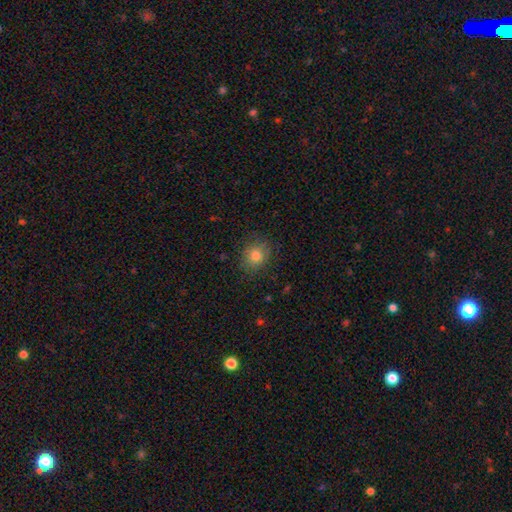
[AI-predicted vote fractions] Overall: smooth (80%). How rounded: round (71%). Merging: none (84%).